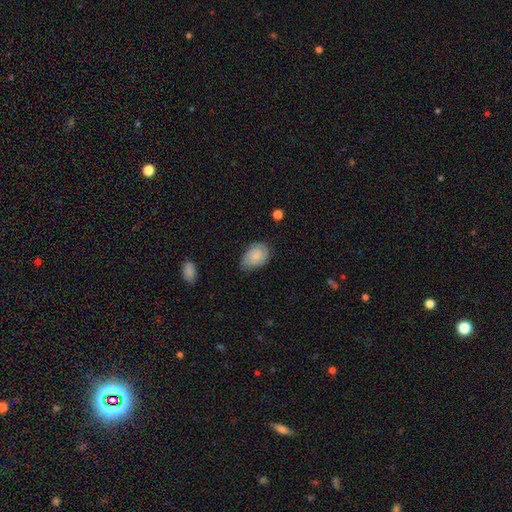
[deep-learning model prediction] smooth_or_featured: smooth (p=0.64) [alt: featured or disk p=0.29]
how_rounded: in between (p=0.80) [alt: round p=0.19]
merging: none (p=0.63) [alt: minor disturbance p=0.29]